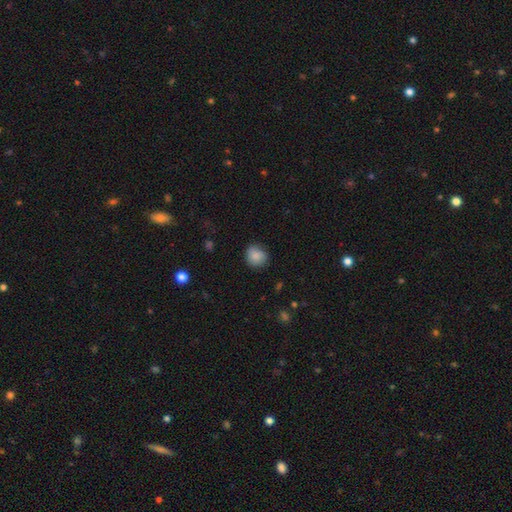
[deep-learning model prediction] Smooth or featured: smooth — 85% (star or artifact — 8%)
How rounded: round — 83% (in between — 17%)
Merging: none — 78% (minor disturbance — 18%)